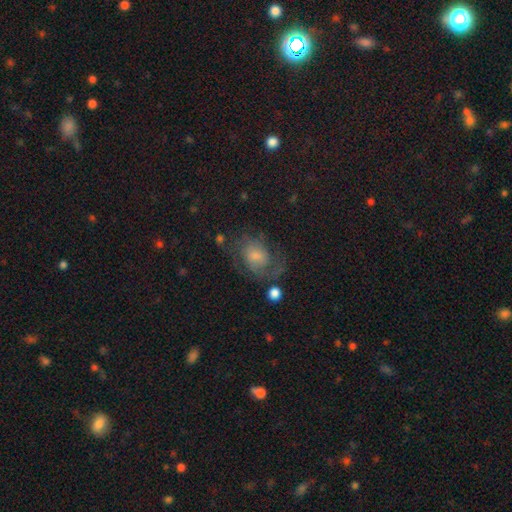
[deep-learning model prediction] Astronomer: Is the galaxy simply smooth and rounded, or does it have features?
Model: featured or disk — 54% (runner-up: smooth, 30%).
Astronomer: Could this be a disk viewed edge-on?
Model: no — 96%.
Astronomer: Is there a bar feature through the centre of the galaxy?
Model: no — 65%.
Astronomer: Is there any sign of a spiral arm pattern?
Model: yes — 80%.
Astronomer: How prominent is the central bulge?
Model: small — 40% (runner-up: moderate, 38%).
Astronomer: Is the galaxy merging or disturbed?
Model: none — 54%.